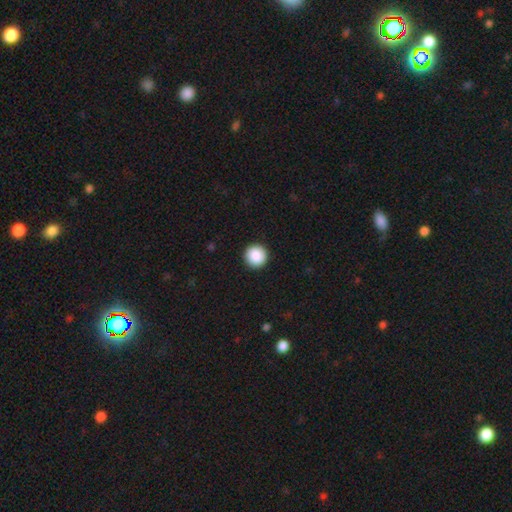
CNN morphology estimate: A smooth galaxy with no disk features (88%) that is round (96%). Merging: none (94%).